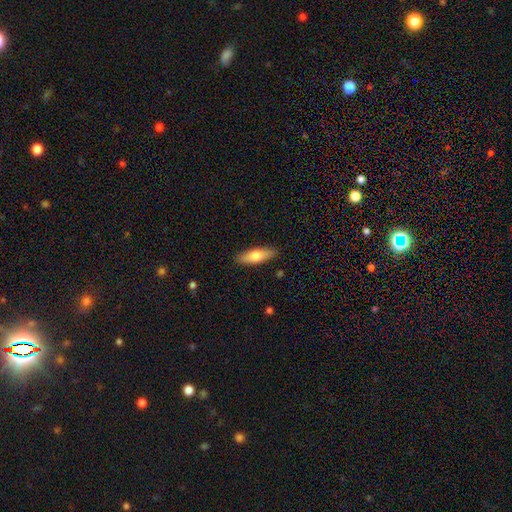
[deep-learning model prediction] Smooth or featured: smooth — 71% (featured or disk — 23%)
How rounded: in between — 52% (cigar-shaped — 46%)
Merging: none — 88% (minor disturbance — 9%)